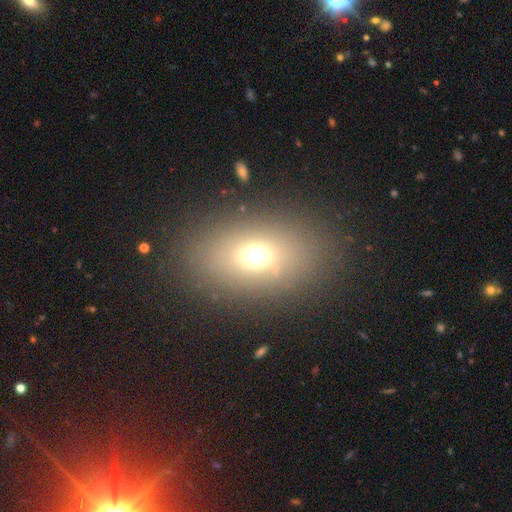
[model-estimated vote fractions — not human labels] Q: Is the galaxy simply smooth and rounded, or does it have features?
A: smooth — 66%.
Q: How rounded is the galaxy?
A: in between — 73%.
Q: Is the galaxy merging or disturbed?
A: none — 81%.